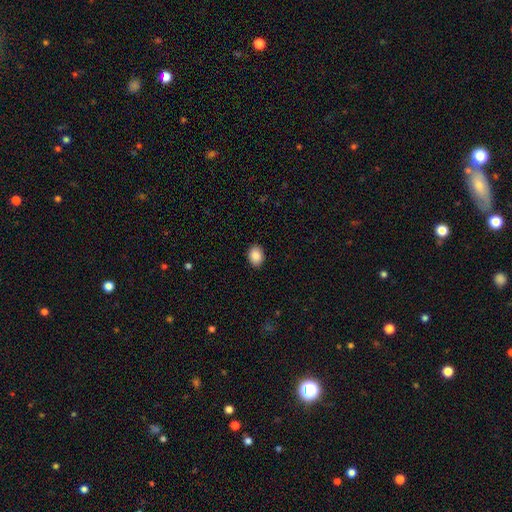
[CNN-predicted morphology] Smooth or featured? Predicted: smooth (p=0.89). How rounded? Predicted: in between (p=0.68). Merging? Predicted: none (p=0.90).